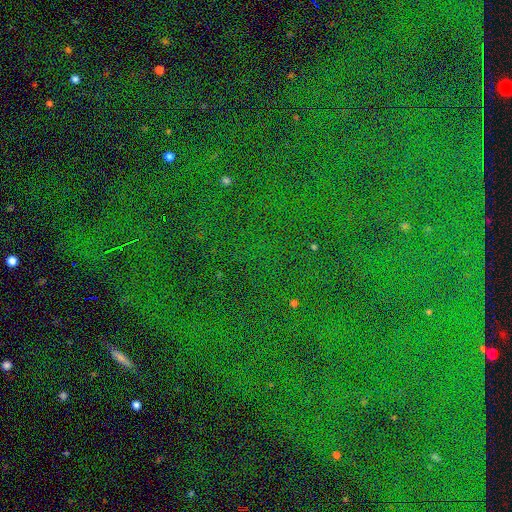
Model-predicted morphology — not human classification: A star or artifact, not a galaxy (85%).